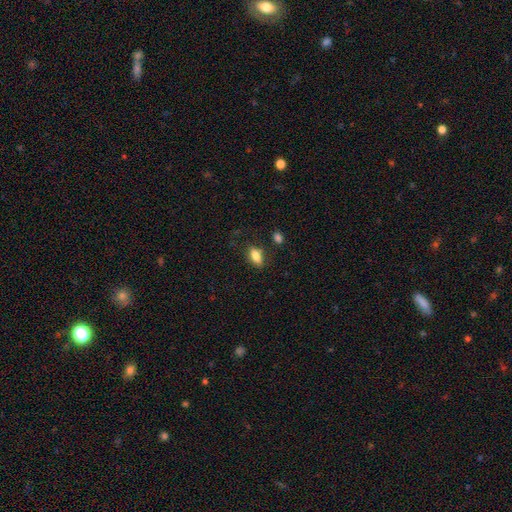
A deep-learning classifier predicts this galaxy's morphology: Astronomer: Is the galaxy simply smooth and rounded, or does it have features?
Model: smooth — 80%.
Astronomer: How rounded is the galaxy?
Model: in between — 82%.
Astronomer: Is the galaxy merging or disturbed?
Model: none — 76%.